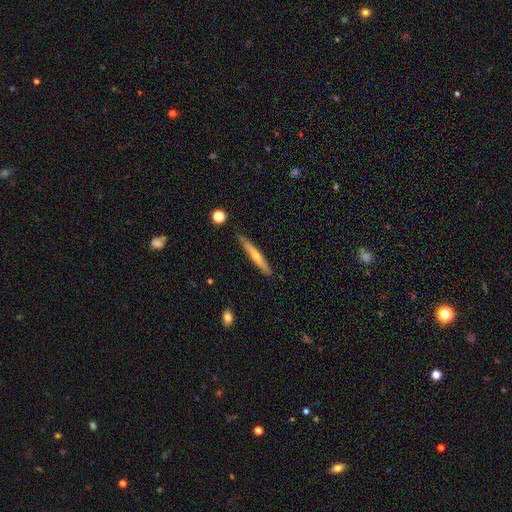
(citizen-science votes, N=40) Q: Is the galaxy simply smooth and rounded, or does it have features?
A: featured or disk — 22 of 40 (55%).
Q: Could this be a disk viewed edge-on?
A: yes — 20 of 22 (91%).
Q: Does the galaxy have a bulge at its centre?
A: rounded — 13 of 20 (65%).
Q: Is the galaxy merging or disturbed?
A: none — 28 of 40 (70%).